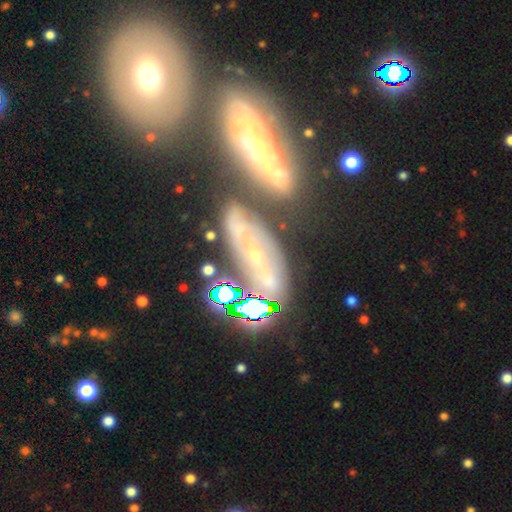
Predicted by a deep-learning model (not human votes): A featured or disk galaxy (66%) with no bar (51%), spiral arms (72%) and a small central bulge (72%).

Vote fractions:
- Smooth or featured? featured or disk: 66% / smooth: 17% / star or artifact: 17%
- Edge-on disk? no: 80% / yes: 20%
- Bar? no: 51% / weak: 27% / strong: 21%
- Spiral arms? yes: 72% / no: 28%
- Bulge size? small: 72% / moderate: 20% / none: 4% / large: 2% / dominant: 2%
- Merging? none: 44% / merger: 27% / minor disturbance: 18% / major disturbance: 12%